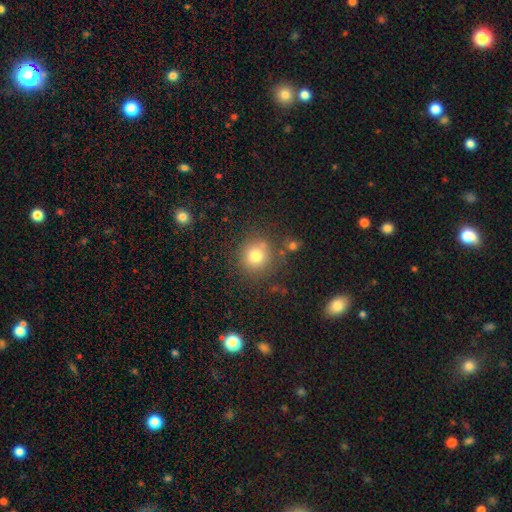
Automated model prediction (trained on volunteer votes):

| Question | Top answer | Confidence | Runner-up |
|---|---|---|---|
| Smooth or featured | smooth | 78% | star or artifact (13%) |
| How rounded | round | 90% | in between (9%) |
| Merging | none | 78% | minor disturbance (12%) |